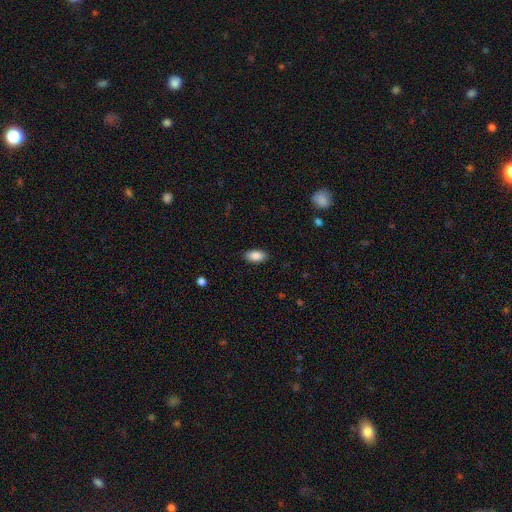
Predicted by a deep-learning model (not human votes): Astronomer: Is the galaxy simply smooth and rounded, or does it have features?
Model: smooth — 89%.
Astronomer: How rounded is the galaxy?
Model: in between — 94%.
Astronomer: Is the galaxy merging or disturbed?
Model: none — 89%.